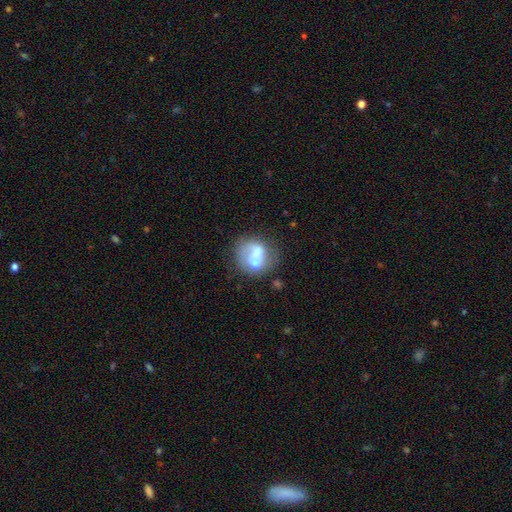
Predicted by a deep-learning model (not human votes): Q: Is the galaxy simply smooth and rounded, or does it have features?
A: smooth — 47%.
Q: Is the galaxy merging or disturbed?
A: none — 38%.